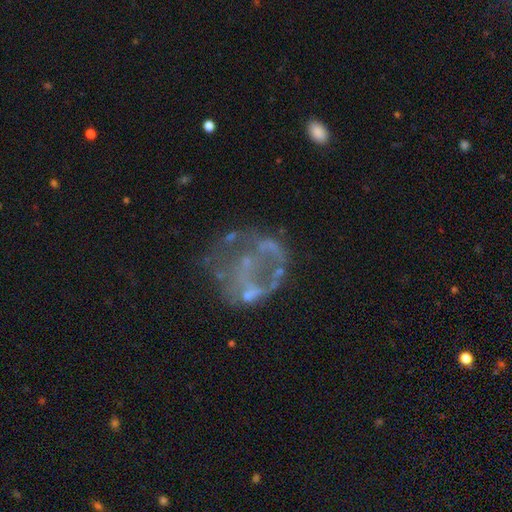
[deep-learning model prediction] The model was most divided on "merging": none: 44%, major disturbance: 32%, minor disturbance: 17%, merger: 7%. More confident: edge-on disk — no (98%); bar — no (88%); spiral arms — no (83%); bulge size — none (74%); smooth or featured — featured or disk (63%).